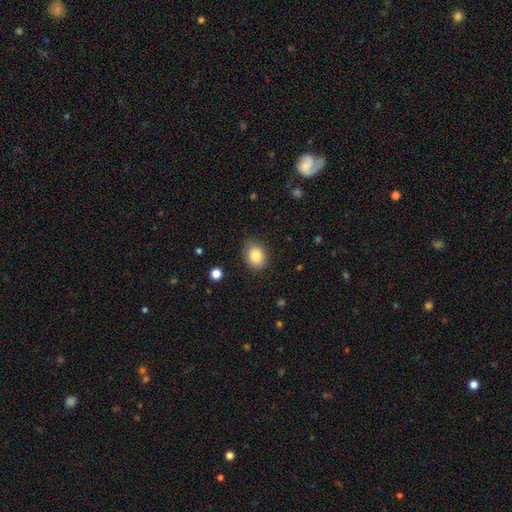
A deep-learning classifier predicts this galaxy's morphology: smooth 84%, star or artifact 8%, featured or disk 7%. Down the decision tree: how rounded — in between (58%); merging — none (82%).